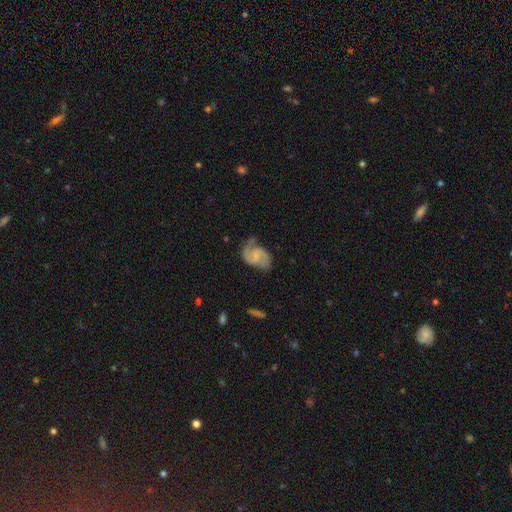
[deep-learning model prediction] Smooth or featured? Predicted: featured or disk (p=0.84). Edge-on disk? Predicted: no (p=0.98). Bar? Predicted: no (p=0.49). Spiral arms? Predicted: yes (p=0.97). Spiral winding? Predicted: medium (p=0.55). Spiral arm count? Predicted: 2 (p=0.90). Bulge size? Predicted: small (p=0.41). Merging? Predicted: none (p=0.68).